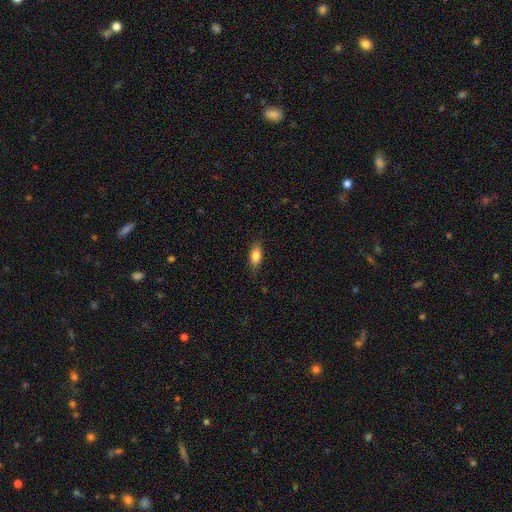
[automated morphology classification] This is clearly a smooth galaxy (81%). How rounded: clearly in between (81%). Merging: clearly none (83%).